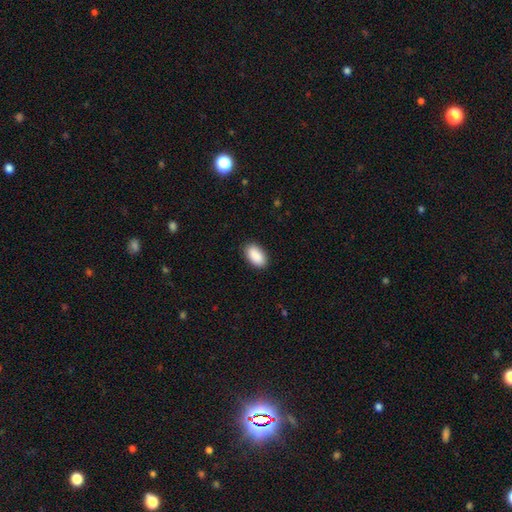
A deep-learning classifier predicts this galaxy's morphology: A smooth galaxy with no disk features (91%) that is in between round and cigar-shaped (94%).

Vote fractions:
- Smooth or featured? smooth: 91% / star or artifact: 6% / featured or disk: 3%
- How rounded? in between: 94% / round: 4% / cigar-shaped: 2%
- Merging? none: 89% / minor disturbance: 8% / major disturbance: 2% / merger: 1%